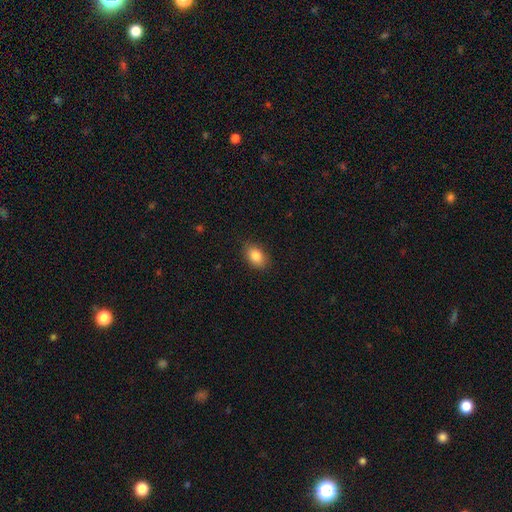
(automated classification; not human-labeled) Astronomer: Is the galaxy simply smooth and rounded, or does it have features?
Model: smooth — 86%.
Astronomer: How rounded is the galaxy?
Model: in between — 85%.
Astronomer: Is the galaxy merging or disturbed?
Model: none — 86%.